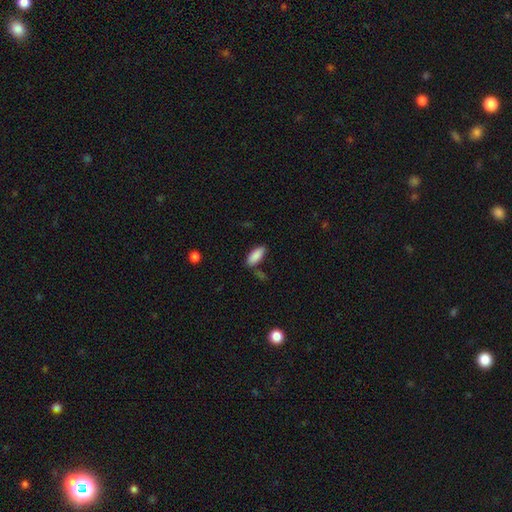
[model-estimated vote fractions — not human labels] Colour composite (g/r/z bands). It shows a smooth galaxy with no disk features (88%) that is in between round and cigar-shaped (82%). Merging: none (75%).